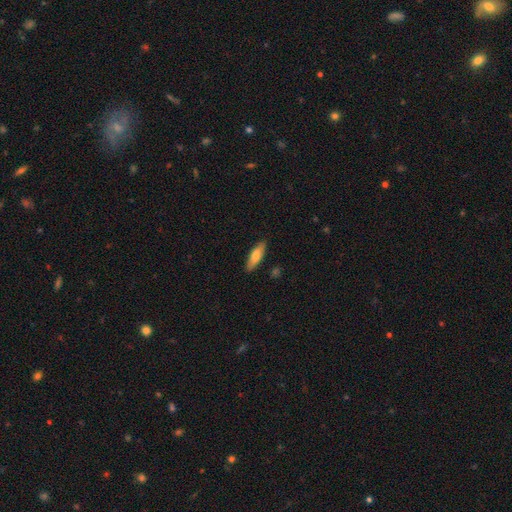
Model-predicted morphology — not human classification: This appears to be a smooth galaxy with no disk features (71%) that is cigar-shaped (50%). Merging: none (87%).